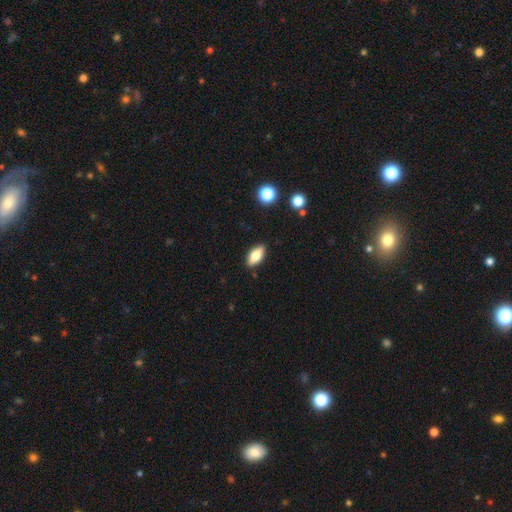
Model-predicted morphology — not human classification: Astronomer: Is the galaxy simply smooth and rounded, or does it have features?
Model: smooth — 74%.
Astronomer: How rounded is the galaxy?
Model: in between — 85%.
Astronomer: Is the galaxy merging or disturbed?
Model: none — 88%.